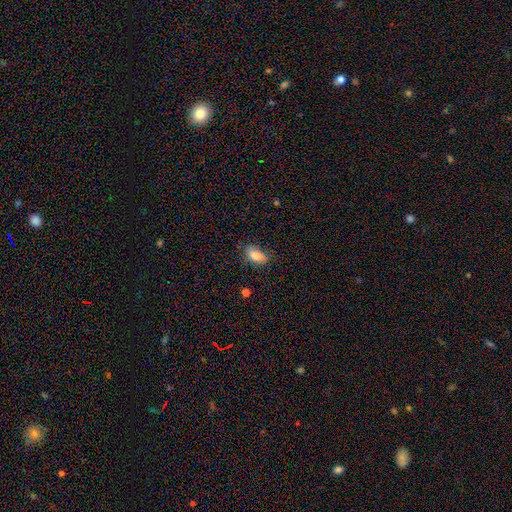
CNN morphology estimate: type=smooth (84%); roundness=in between (91%); merging=none (76%).